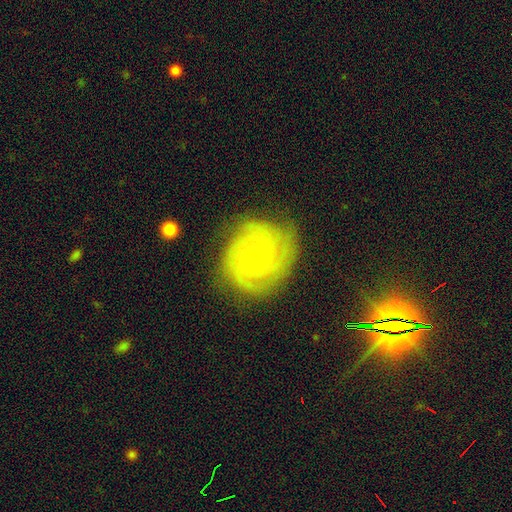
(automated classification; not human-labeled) The model was most divided on "spiral arm count": 3: 31%, can't tell: 24%, 2: 17%, 4: 15%, more than 4: 6%, 1: 6%. More confident: edge-on disk — no (98%); spiral arms — yes (95%); bulge size — small (87%); bar — no (81%); smooth or featured — featured or disk (78%); merging — none (77%); spiral winding — tight (72%).